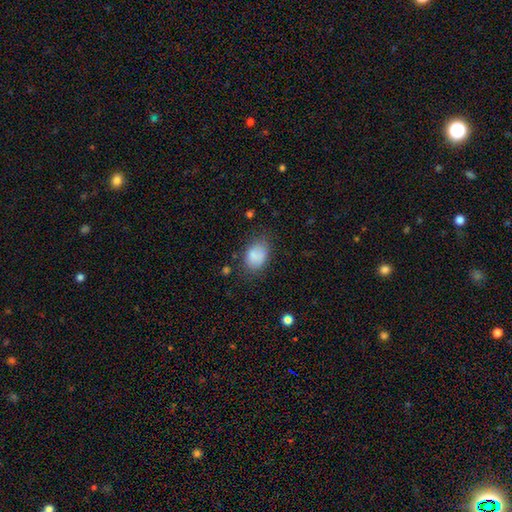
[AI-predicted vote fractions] Q: Smooth or featured?
A: smooth (83%); runner-up: star or artifact (9%)
Q: How rounded?
A: in between (76%); runner-up: round (23%)
Q: Merging?
A: none (65%); runner-up: minor disturbance (24%)